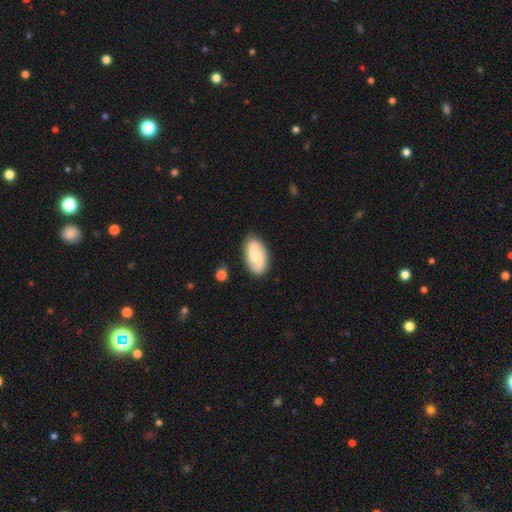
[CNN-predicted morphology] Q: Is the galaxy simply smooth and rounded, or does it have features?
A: featured or disk — 59%.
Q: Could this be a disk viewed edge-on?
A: no — 96%.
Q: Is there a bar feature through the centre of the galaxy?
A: weak — 50%.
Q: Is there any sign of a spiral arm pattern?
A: yes — 90%.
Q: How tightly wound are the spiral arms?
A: loose — 50%.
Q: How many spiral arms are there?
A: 2 — 89%.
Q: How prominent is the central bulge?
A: moderate — 47%.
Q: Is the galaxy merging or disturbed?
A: none — 85%.